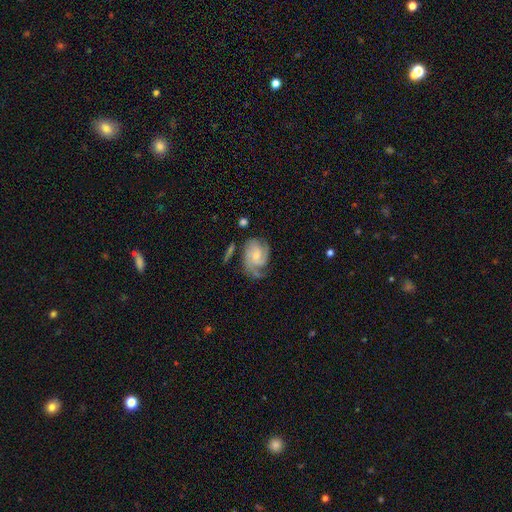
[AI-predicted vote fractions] Morphology: type=featured or disk (81%); edge-on=no (97%); bar=no (59%); spiral arms=yes (95%); winding=tight (46%); arm count=2 (34%); bulge=small (54%); merging=none (54%).